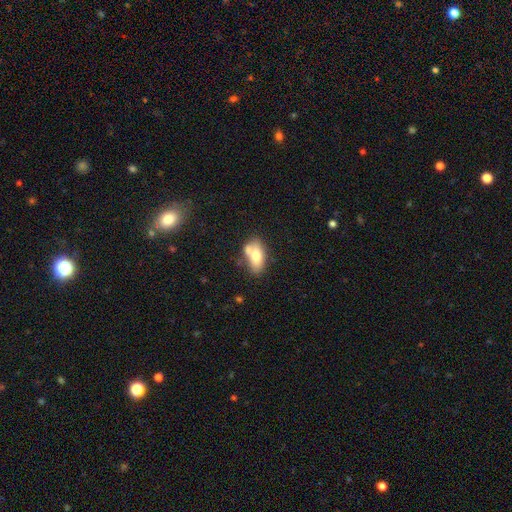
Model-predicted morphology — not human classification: smooth 70%, featured or disk 23%, star or artifact 7%. Down the decision tree: how rounded — in between (89%); merging — none (46%).